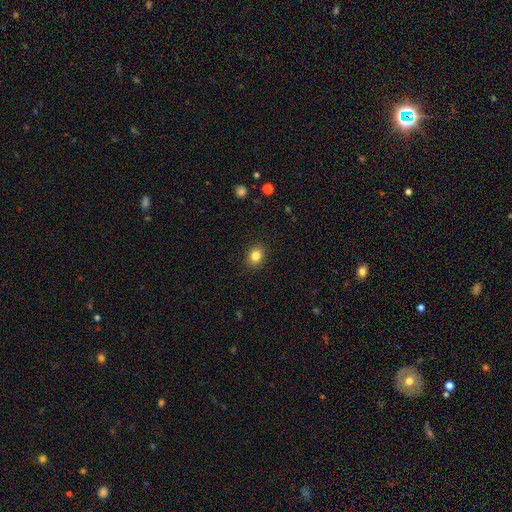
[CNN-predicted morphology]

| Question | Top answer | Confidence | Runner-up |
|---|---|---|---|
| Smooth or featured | smooth | 83% | star or artifact (10%) |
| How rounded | round | 50% | in between (49%) |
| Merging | none | 89% | minor disturbance (8%) |